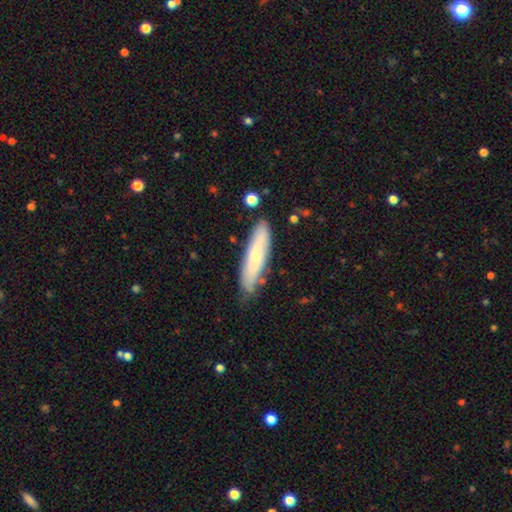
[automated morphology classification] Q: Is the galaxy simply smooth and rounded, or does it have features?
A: smooth — 59%.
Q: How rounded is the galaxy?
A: cigar-shaped — 75%.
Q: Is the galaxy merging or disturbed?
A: none — 78%.